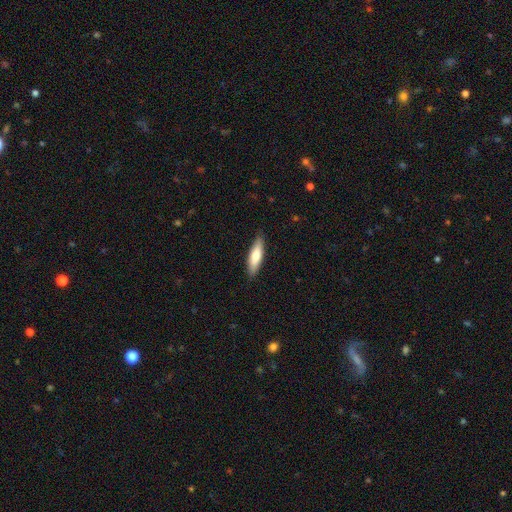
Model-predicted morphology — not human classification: Smooth or featured?
  - smooth: 71% *
  - featured or disk: 23%
  - star or artifact: 5%
How rounded?
  - cigar-shaped: 64% *
  - in between: 35%
  - round: 2%
Merging?
  - none: 86% *
  - minor disturbance: 11%
  - major disturbance: 2%
  - merger: 1%